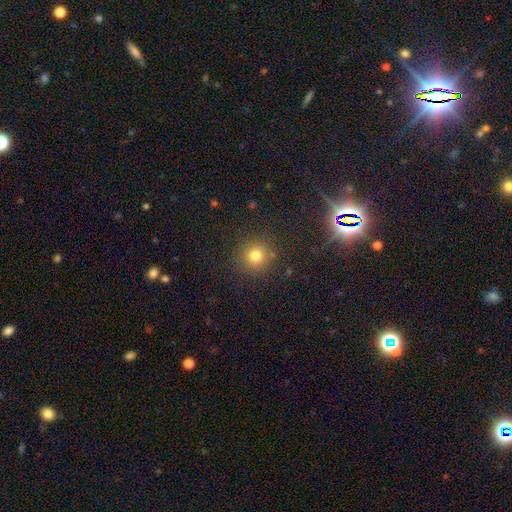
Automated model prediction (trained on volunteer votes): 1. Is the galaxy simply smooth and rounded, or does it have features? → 76% smooth, 17% star or artifact, 7% featured or disk.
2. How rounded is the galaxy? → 91% round, 8% in between, 1% cigar-shaped.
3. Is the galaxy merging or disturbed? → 87% none, 8% minor disturbance, 3% major disturbance, 2% merger.